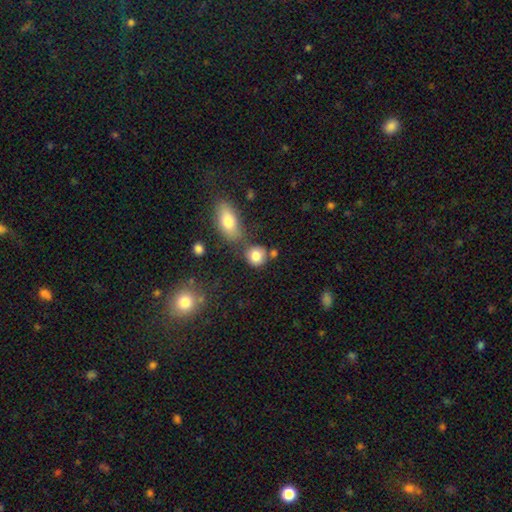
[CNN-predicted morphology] Smooth or featured? smooth (82%)
How rounded? round (76%)
Merging? none (62%)